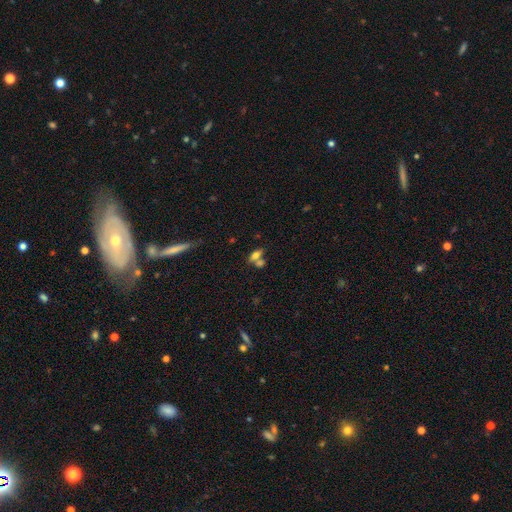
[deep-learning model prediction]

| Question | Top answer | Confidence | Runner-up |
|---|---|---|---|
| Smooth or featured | smooth | 70% | featured or disk (18%) |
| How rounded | in between | 81% | cigar-shaped (10%) |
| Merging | merger | 44% | none (41%) |